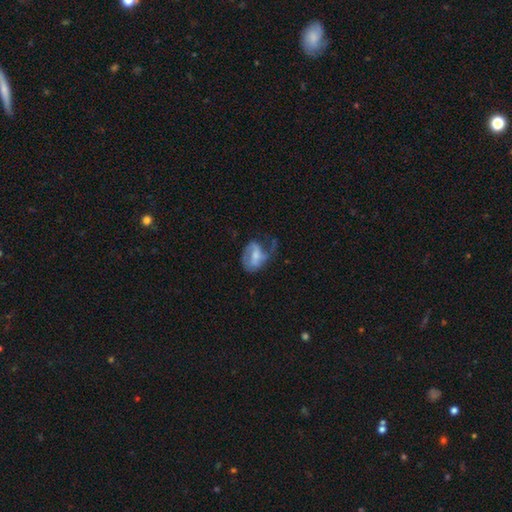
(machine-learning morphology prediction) Overall: featured or disk (59%; smooth 34%). Edge-on disk: no (97%). Bar: weak (44%; no 33%). Spiral arms: yes (75%). Bulge size: moderate (40%; small 33%). Merging: major disturbance (39%; none 31%).